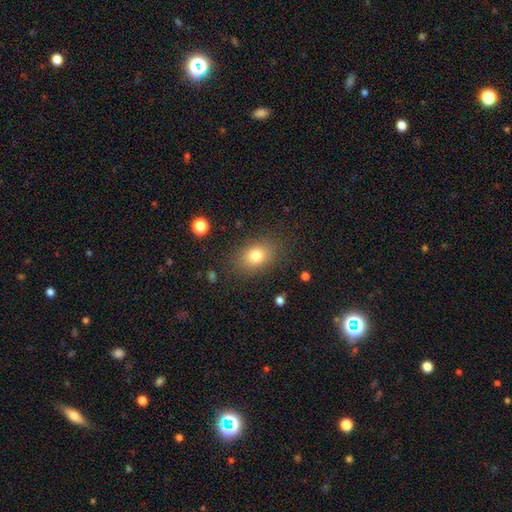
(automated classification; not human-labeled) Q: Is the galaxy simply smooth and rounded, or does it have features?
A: smooth — 78%.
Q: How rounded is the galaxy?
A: in between — 71%.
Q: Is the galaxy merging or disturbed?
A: none — 83%.